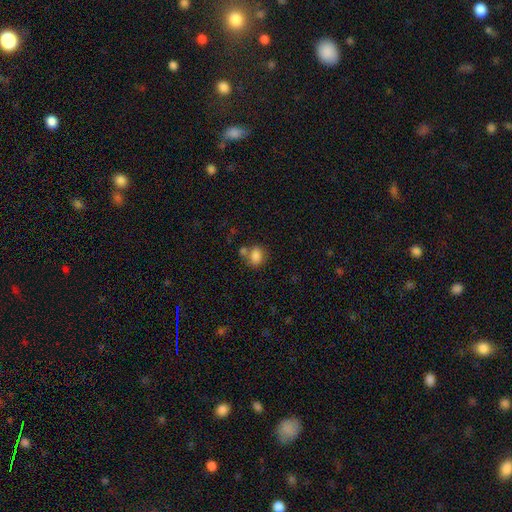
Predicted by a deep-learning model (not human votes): smooth_or_featured: smooth (p=0.82) [alt: star or artifact p=0.10]
how_rounded: in between (p=0.59) [alt: round p=0.40]
merging: none (p=0.51) [alt: merger p=0.30]